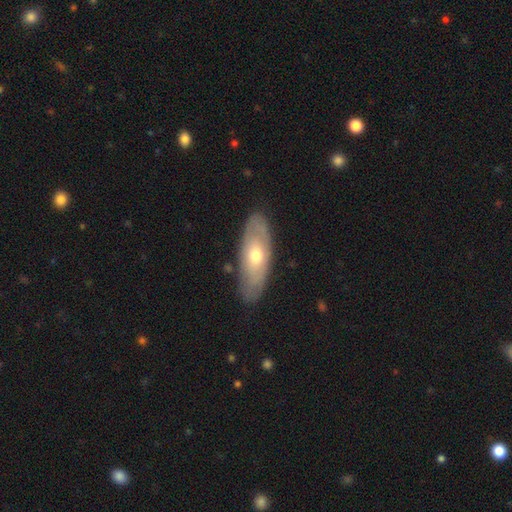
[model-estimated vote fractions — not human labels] smooth-or-featured: smooth: 48% | featured or disk: 47% | star or artifact: 5%
  merging: none: 82% | minor disturbance: 13% | major disturbance: 3% | merger: 1%